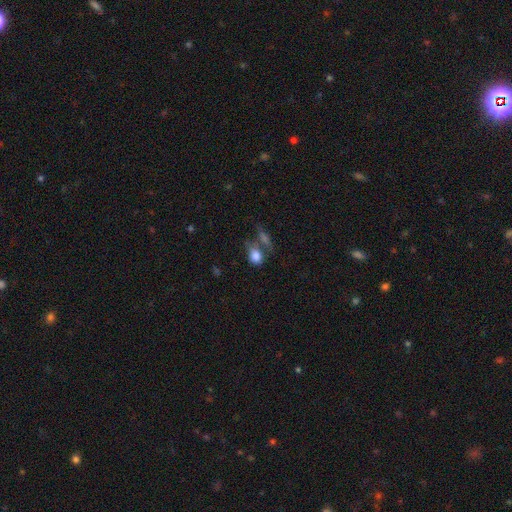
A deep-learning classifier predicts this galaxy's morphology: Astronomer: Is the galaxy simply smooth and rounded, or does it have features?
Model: smooth — 81%.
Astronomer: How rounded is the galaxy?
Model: in between — 63%.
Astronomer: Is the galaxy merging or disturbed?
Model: none — 40% (runner-up: merger, 32%).